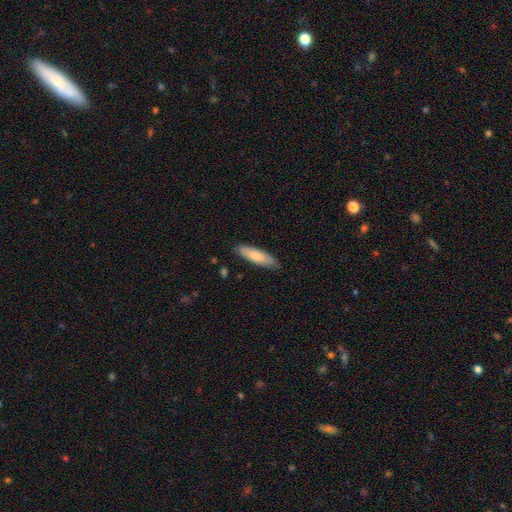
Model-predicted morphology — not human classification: Smooth or featured? Predicted: smooth (p=0.78). How rounded? Predicted: cigar-shaped (p=0.53). Merging? Predicted: none (p=0.81).